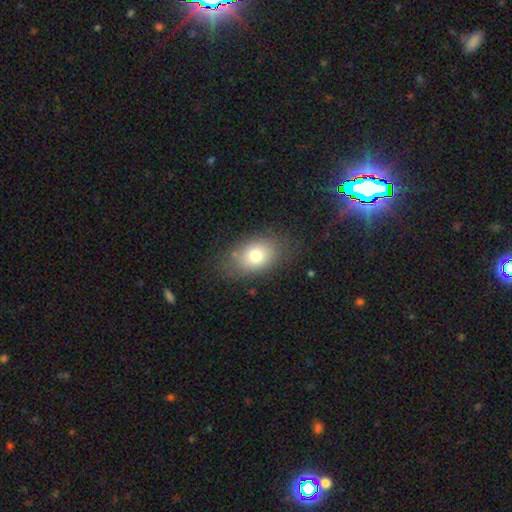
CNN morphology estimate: Smooth or featured? smooth (76%)
How rounded? in between (78%)
Merging? none (77%)